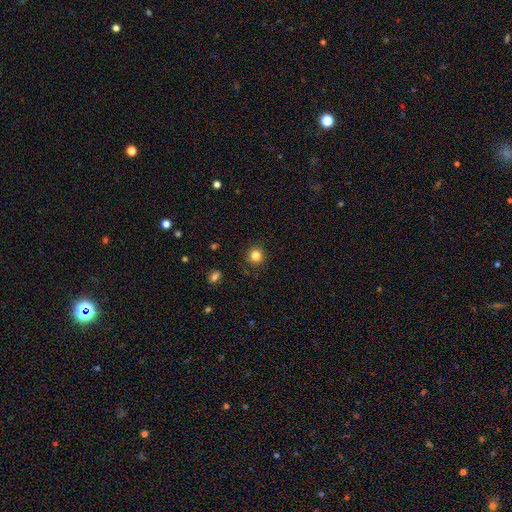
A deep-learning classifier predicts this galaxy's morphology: Overall: smooth (83%). How rounded: round (94%). Merging: none (90%).